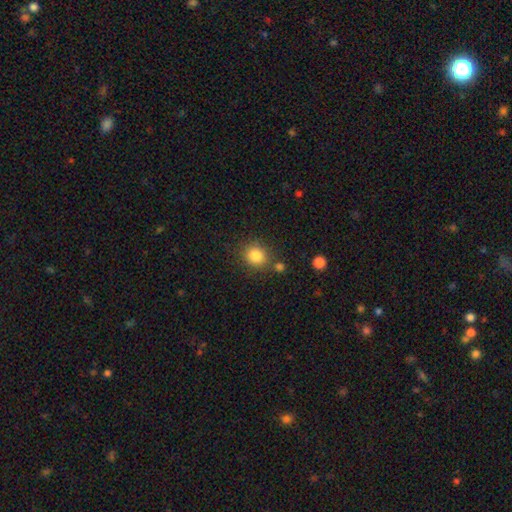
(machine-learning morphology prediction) This appears to be a smooth galaxy with no disk features (84%) that is round (79%). Merging: none (78%).